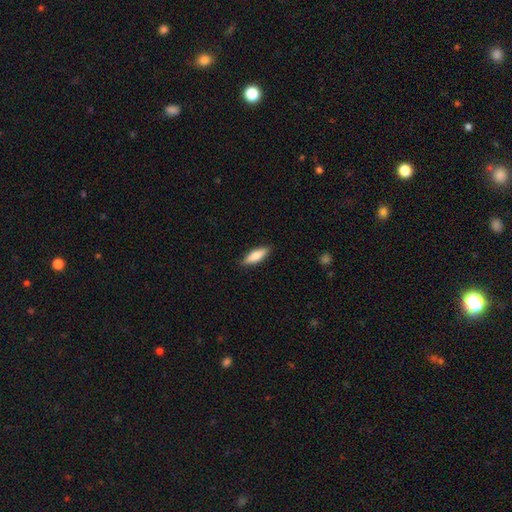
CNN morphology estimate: Smooth or featured? smooth (77%)
How rounded? in between (50%)
Merging? none (88%)